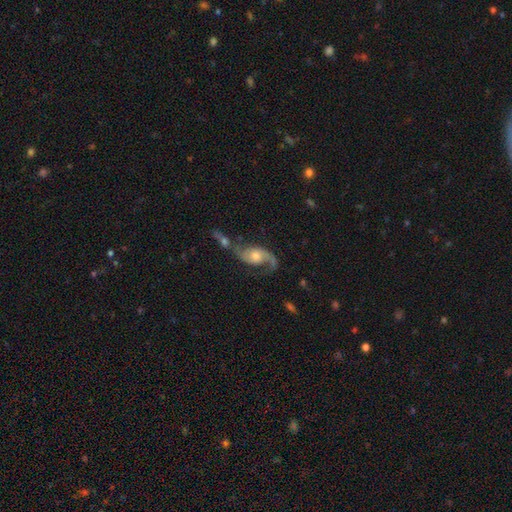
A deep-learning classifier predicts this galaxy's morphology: smooth-or-featured: featured or disk: 82% | smooth: 11% | star or artifact: 7%
  disk-edge-on: no: 95% | yes: 5%
    bar: no: 67% | weak: 27% | strong: 6%
    has-spiral-arms: yes: 94% | no: 6%
      spiral-winding: loose: 59% | medium: 32% | tight: 9%
      spiral-arm-count: 2: 82% | 1: 12% | can't tell: 3% | 3: 1% | 4: 1% | more than 4: 1%
    bulge-size: moderate: 57% | small: 25% | large: 13% | none: 4% | dominant: 2%
  merging: none: 40% | merger: 29% | minor disturbance: 16% | major disturbance: 15%